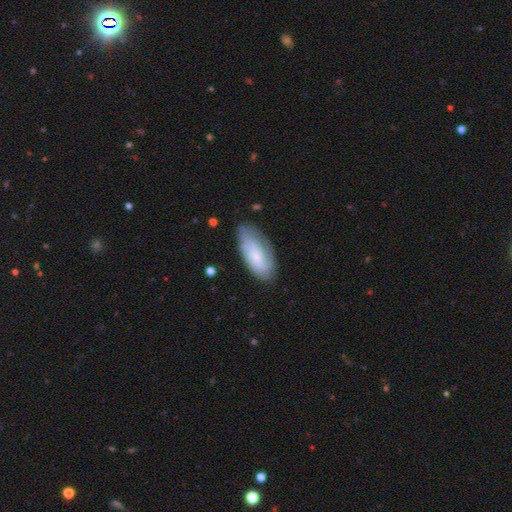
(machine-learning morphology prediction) smooth_or_featured: smooth (p=0.47) [tied with: featured or disk p=0.47]
merging: none (p=0.66) [alt: minor disturbance p=0.25]